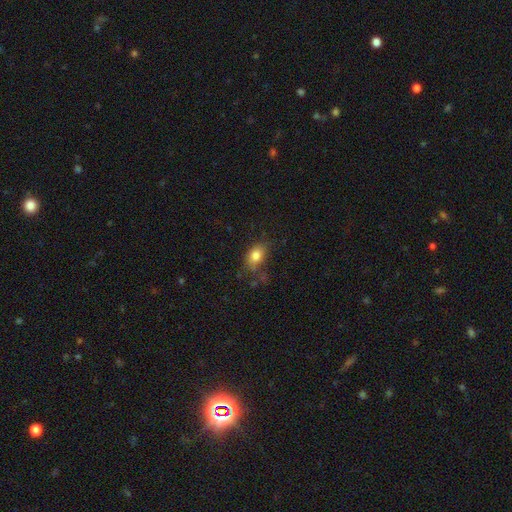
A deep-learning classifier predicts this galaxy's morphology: Q: Smooth or featured?
A: smooth (81%); runner-up: star or artifact (10%)
Q: How rounded?
A: in between (76%); runner-up: round (22%)
Q: Merging?
A: none (60%); runner-up: minor disturbance (26%)